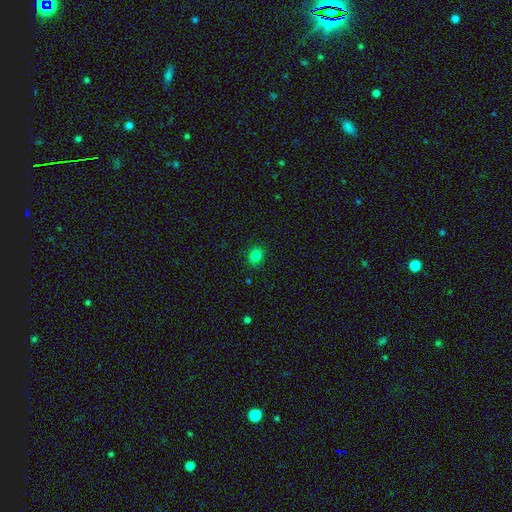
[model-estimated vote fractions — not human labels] Q: Smooth or featured?
A: smooth (83%); runner-up: star or artifact (13%)
Q: How rounded?
A: round (68%); runner-up: in between (31%)
Q: Merging?
A: none (89%); runner-up: minor disturbance (8%)